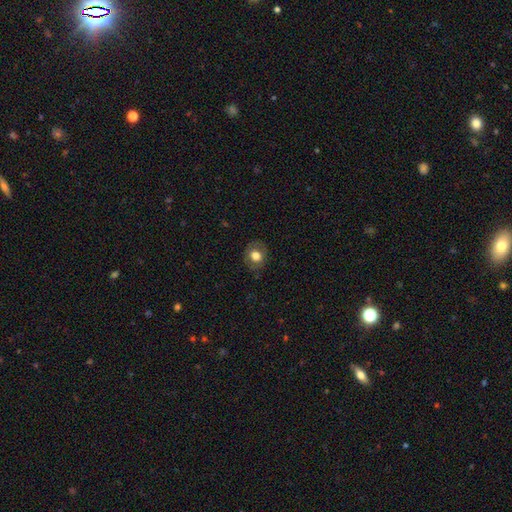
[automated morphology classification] Smooth or featured?
  - smooth: 70% *
  - featured or disk: 21%
  - star or artifact: 9%
How rounded?
  - round: 64% *
  - in between: 35%
  - cigar-shaped: 1%
Merging?
  - none: 81% *
  - minor disturbance: 13%
  - major disturbance: 4%
  - merger: 1%